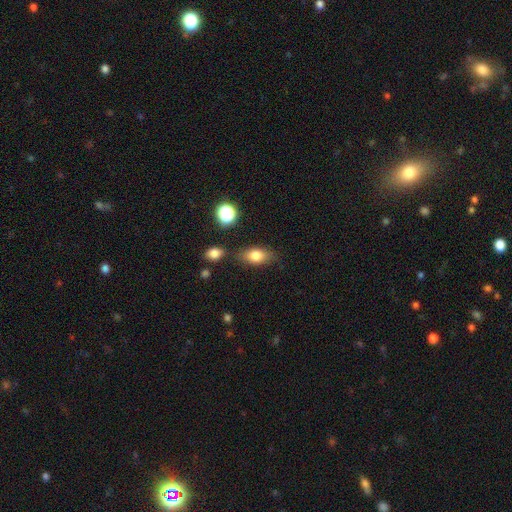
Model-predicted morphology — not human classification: smooth 79%, featured or disk 12%, star or artifact 9%. Down the decision tree: how rounded — in between (83%); merging — none (74%).